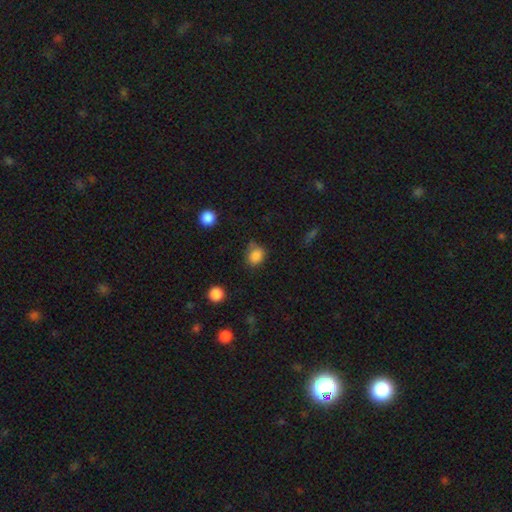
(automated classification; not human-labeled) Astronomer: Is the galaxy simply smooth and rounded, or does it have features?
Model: smooth — 84%.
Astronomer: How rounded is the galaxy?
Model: round — 55% (runner-up: in between, 44%).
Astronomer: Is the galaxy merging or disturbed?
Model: none — 64%.